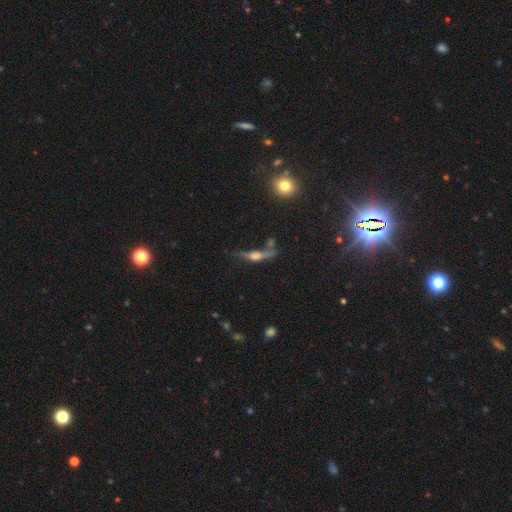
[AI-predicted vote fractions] featured or disk 57%, smooth 30%, star or artifact 13%. Down the decision tree: edge-on disk — yes (85%); merging — none (48%).